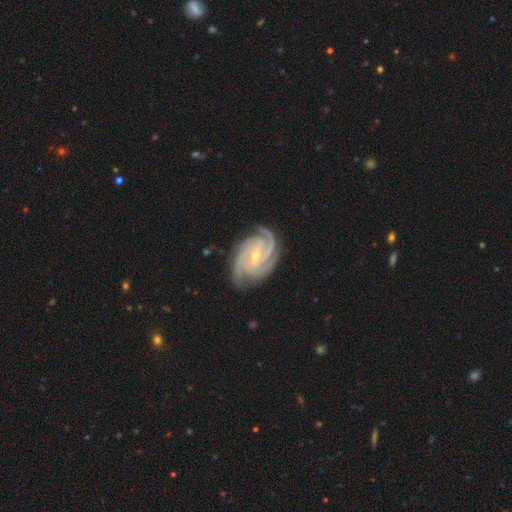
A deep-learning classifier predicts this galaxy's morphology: Smooth or featured?
  - featured or disk: 92% *
  - star or artifact: 4%
  - smooth: 3%
Edge-on disk?
  - no: 98% *
  - yes: 2%
Bar?
  - weak: 42% *
  - no: 35%
  - strong: 23%
Spiral arms?
  - yes: 99% *
  - no: 1%
Spiral winding?
  - tight: 68% *
  - medium: 29%
  - loose: 3%
Spiral arm count?
  - 3: 45% *
  - 4: 31%
  - 2: 9%
  - can't tell: 6%
  - more than 4: 5%
  - 1: 4%
Bulge size?
  - small: 68% *
  - moderate: 30%
  - none: 1%
  - large: 1%
  - dominant: 1%
Merging?
  - none: 81% *
  - minor disturbance: 15%
  - major disturbance: 3%
  - merger: 1%